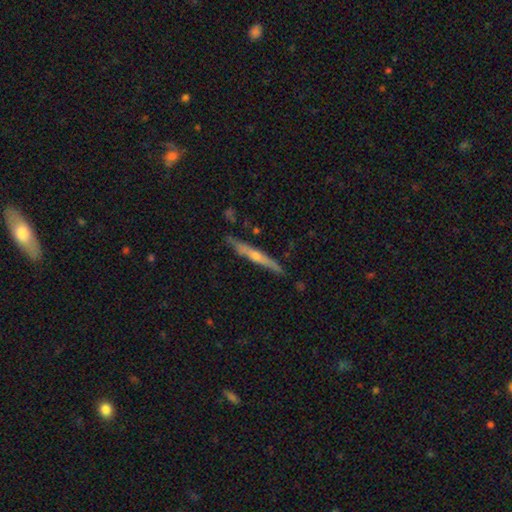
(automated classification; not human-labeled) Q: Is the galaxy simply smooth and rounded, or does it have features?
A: featured or disk — 65%.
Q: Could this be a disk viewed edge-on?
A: yes — 96%.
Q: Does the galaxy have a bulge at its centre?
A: rounded — 75%.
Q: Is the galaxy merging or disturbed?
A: none — 82%.